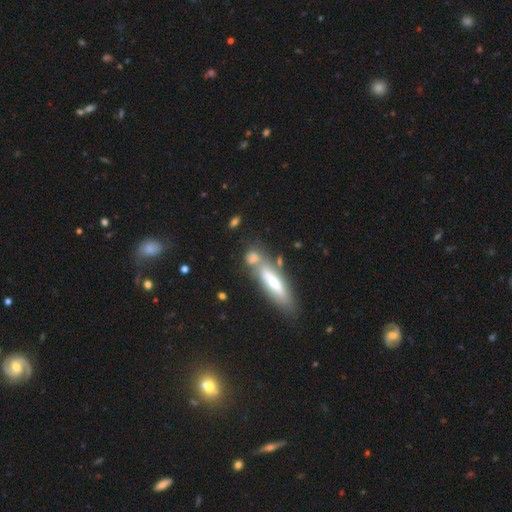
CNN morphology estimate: Smooth or featured?
  - featured or disk: 47% *
  - smooth: 42%
  - star or artifact: 12%
Merging?
  - none: 62% *
  - merger: 19%
  - minor disturbance: 14%
  - major disturbance: 5%